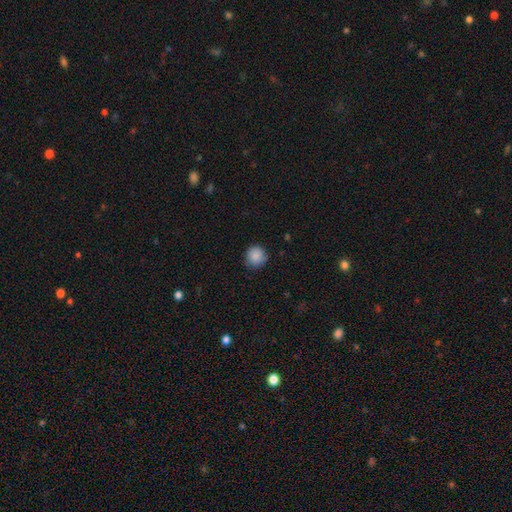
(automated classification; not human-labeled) Smooth or featured?
  - smooth: 88% *
  - star or artifact: 8%
  - featured or disk: 4%
How rounded?
  - round: 93% *
  - in between: 6%
  - cigar-shaped: 1%
Merging?
  - none: 84% *
  - minor disturbance: 13%
  - major disturbance: 2%
  - merger: 1%